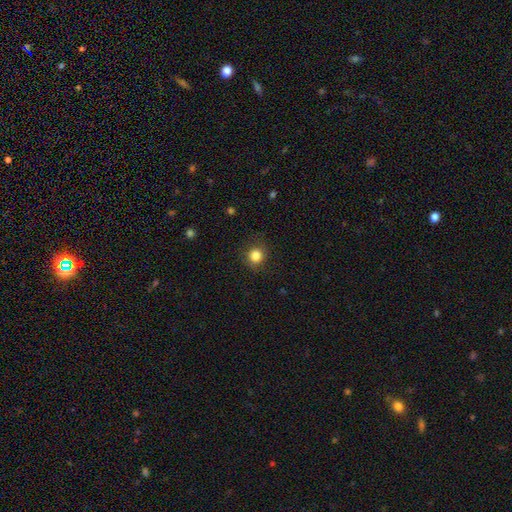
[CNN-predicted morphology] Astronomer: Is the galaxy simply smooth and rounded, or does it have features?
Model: smooth — 84%.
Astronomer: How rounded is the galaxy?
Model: round — 91%.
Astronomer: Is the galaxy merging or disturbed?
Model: none — 87%.